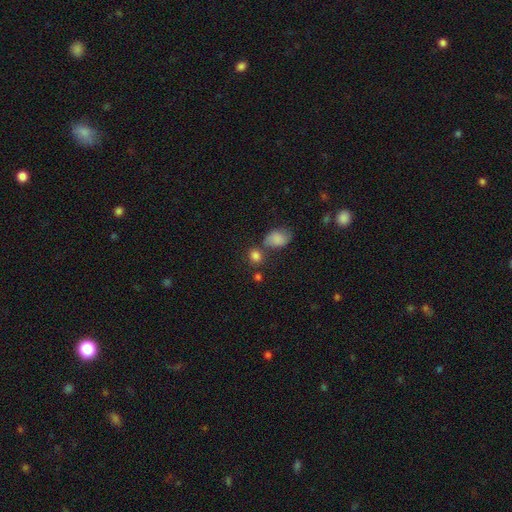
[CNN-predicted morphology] Q: Smooth or featured?
A: smooth (82%); runner-up: star or artifact (11%)
Q: How rounded?
A: round (68%); runner-up: in between (31%)
Q: Merging?
A: none (57%); runner-up: merger (26%)